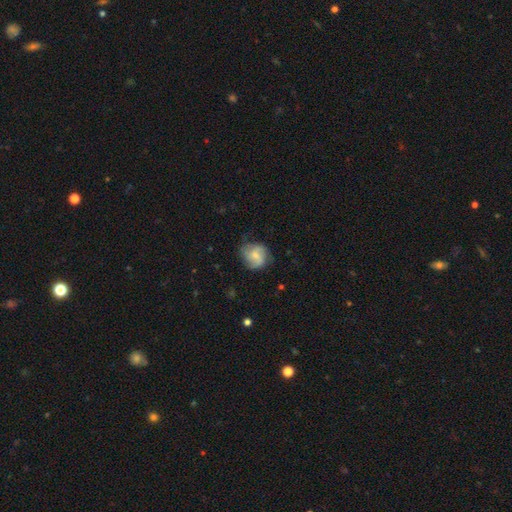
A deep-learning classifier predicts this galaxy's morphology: A featured or disk galaxy (49%). Merging: none (66%).